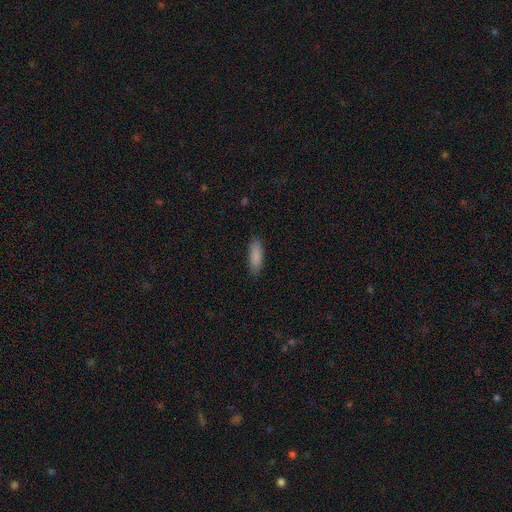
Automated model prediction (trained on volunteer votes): smooth_or_featured: smooth (p=0.88) [alt: star or artifact p=0.06]
how_rounded: in between (p=0.55) [alt: cigar-shaped p=0.43]
merging: none (p=0.87) [alt: minor disturbance p=0.10]